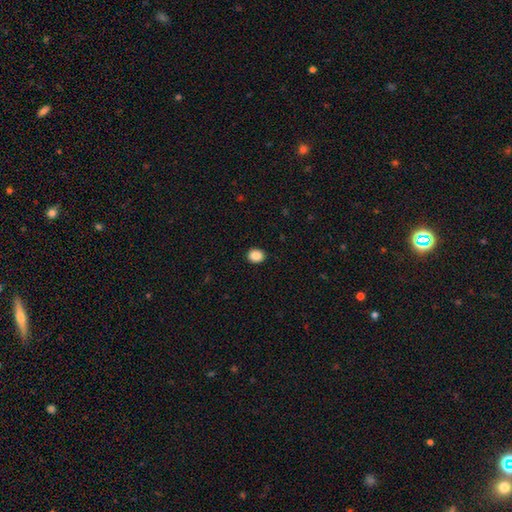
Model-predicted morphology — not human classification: Q: Smooth or featured?
A: smooth (88%); runner-up: star or artifact (9%)
Q: How rounded?
A: round (67%); runner-up: in between (32%)
Q: Merging?
A: none (91%); runner-up: minor disturbance (6%)